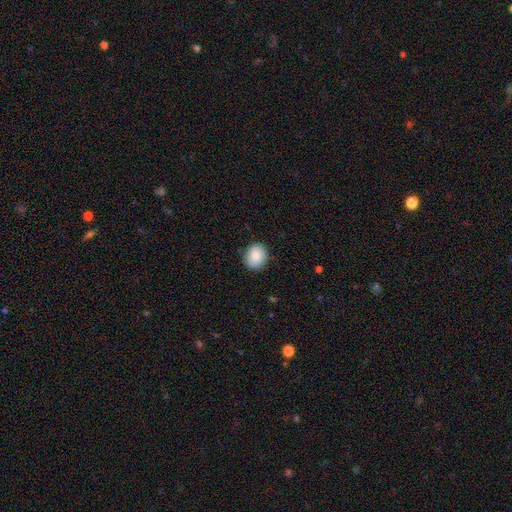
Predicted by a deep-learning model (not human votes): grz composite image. It shows a smooth galaxy with no disk features (84%) that is round (66%). Merging: none (85%).